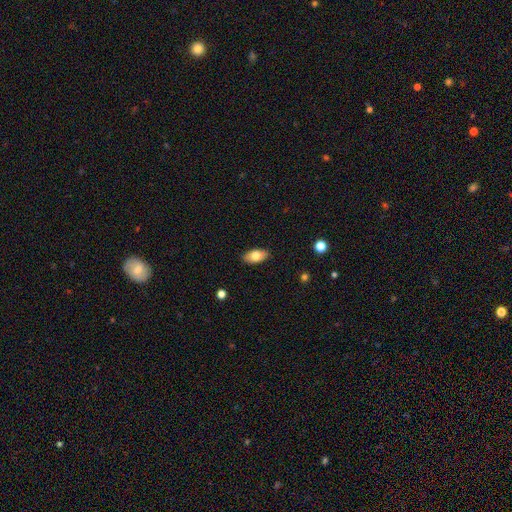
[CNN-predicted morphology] type=smooth (80%); roundness=in between (92%); merging=none (88%).